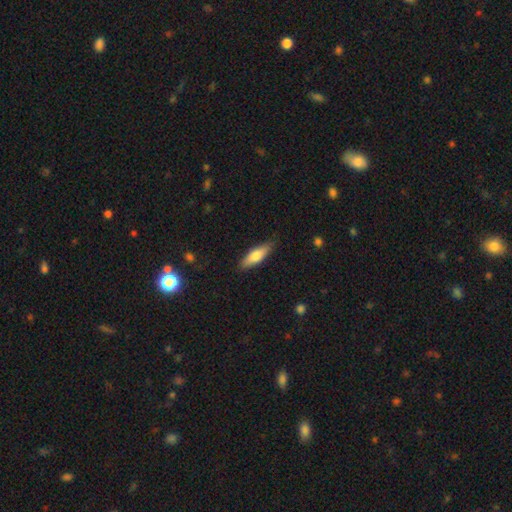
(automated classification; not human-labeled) Morphology: type=smooth (71%); roundness=in between (49%, tied with cigar-shaped); merging=none (85%).